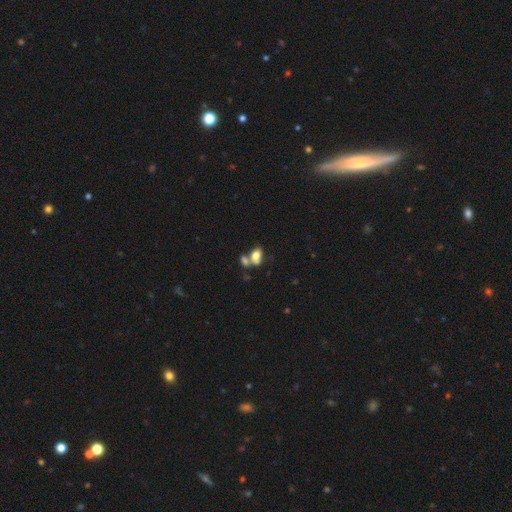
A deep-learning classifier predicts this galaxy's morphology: This is likely a smooth galaxy (72%). How rounded: clearly in between (85%). Merging: possibly merger (50%).